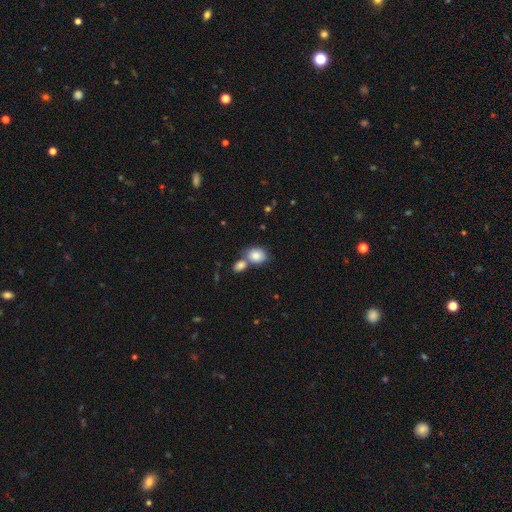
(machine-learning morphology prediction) A smooth galaxy with no disk features (83%) that is in between round and cigar-shaped (50%). Merging: none (44%).